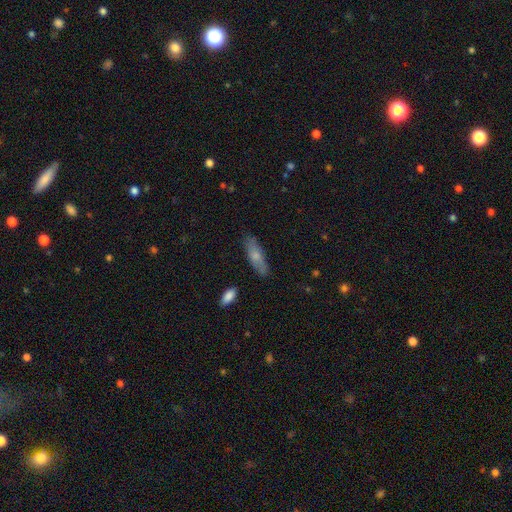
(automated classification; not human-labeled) A smooth galaxy with no disk features (66%) that is cigar-shaped (54%).

Vote fractions:
- Smooth or featured? smooth: 66% / featured or disk: 28% / star or artifact: 6%
- How rounded? cigar-shaped: 54% / in between: 44% / round: 2%
- Merging? none: 81% / minor disturbance: 15% / major disturbance: 3% / merger: 2%